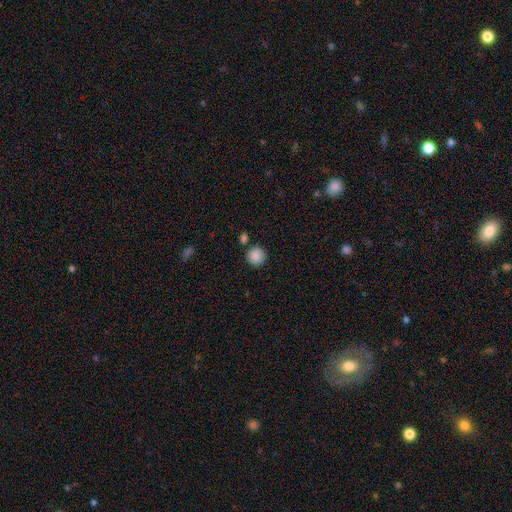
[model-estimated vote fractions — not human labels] The model was most divided on "merging": none: 83%, minor disturbance: 8%, merger: 6%, major disturbance: 2%. More confident: how rounded — round (94%); smooth or featured — smooth (88%).